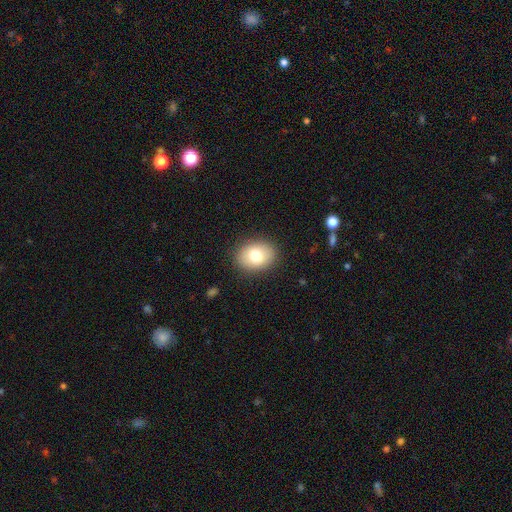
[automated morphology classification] smooth 77%, featured or disk 15%, star or artifact 8%. Down the decision tree: how rounded — in between (62%); merging — none (88%).